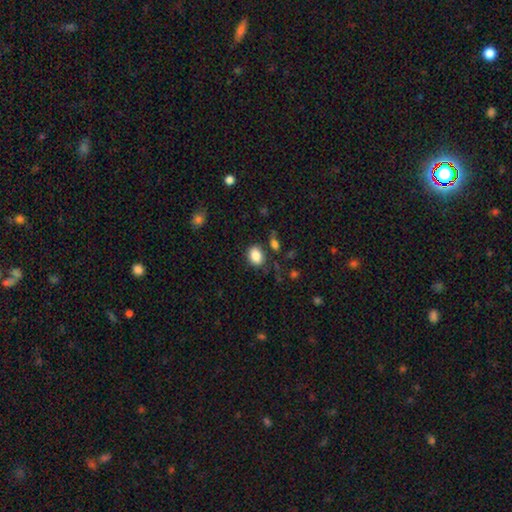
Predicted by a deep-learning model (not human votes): Q: Smooth or featured?
A: smooth (85%); runner-up: star or artifact (9%)
Q: How rounded?
A: in between (63%); runner-up: round (36%)
Q: Merging?
A: none (77%); runner-up: minor disturbance (13%)